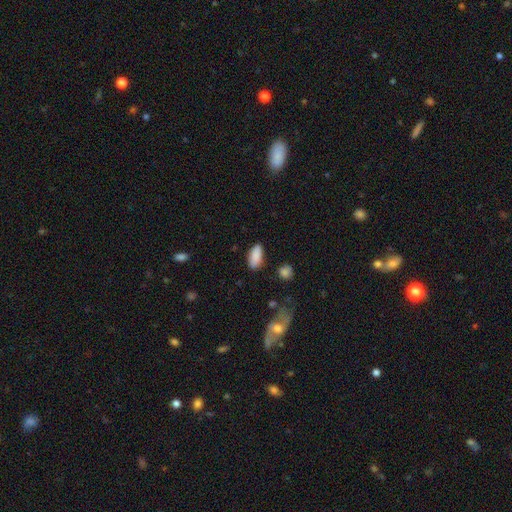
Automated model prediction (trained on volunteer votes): This appears to be a smooth galaxy with no disk features (89%) that is in between round and cigar-shaped (89%). Merging: none (83%).